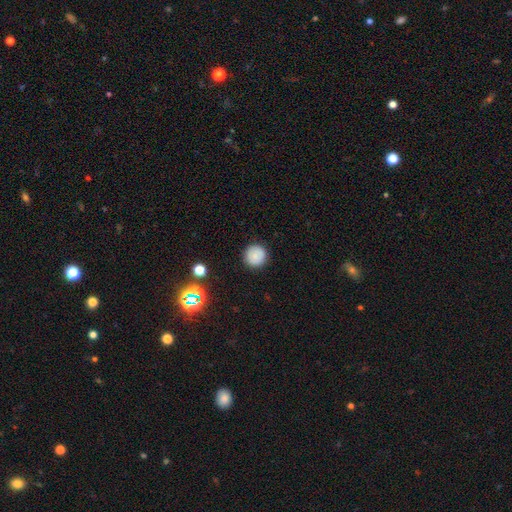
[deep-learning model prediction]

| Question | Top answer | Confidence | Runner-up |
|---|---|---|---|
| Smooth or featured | smooth | 83% | star or artifact (11%) |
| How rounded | round | 95% | in between (4%) |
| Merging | none | 91% | minor disturbance (6%) |